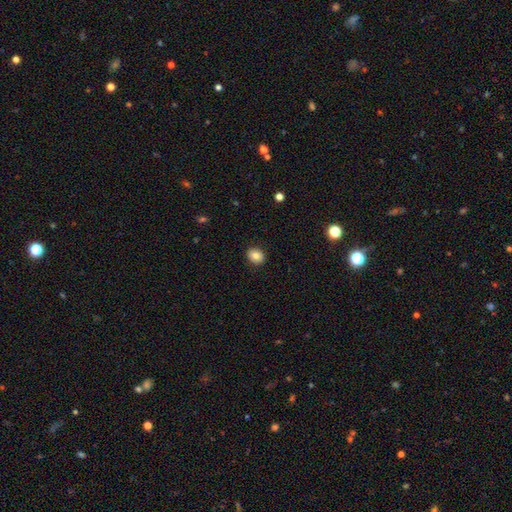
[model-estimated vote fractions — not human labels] A smooth galaxy with no disk features (82%) that is round (61%). Merging: none (90%).